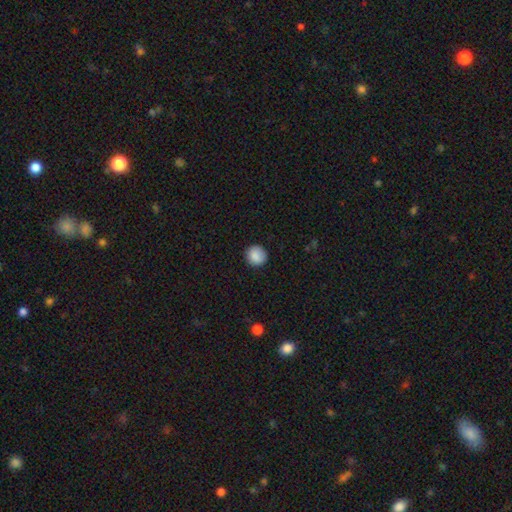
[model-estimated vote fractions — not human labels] Q: Smooth or featured?
A: smooth (89%); runner-up: star or artifact (8%)
Q: How rounded?
A: round (92%); runner-up: in between (7%)
Q: Merging?
A: none (90%); runner-up: minor disturbance (7%)